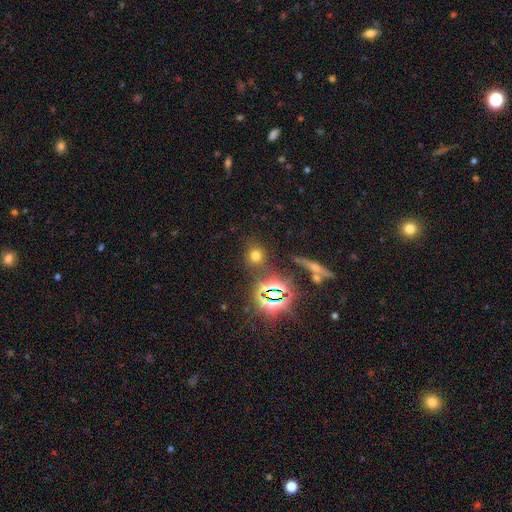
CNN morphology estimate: This is likely a smooth galaxy (62%). How rounded: clearly round (85%). Merging: clearly none (81%).